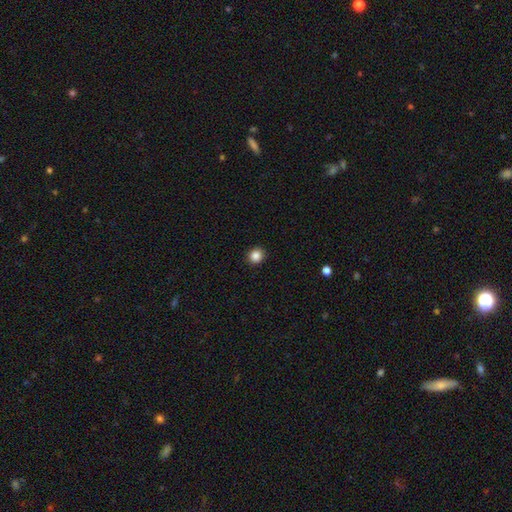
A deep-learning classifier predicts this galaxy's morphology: smooth-or-featured: smooth: 86% | star or artifact: 11% | featured or disk: 3%
  how-rounded: round: 85% | in between: 14% | cigar-shaped: 1%
  merging: none: 92% | minor disturbance: 5% | major disturbance: 2% | merger: 1%